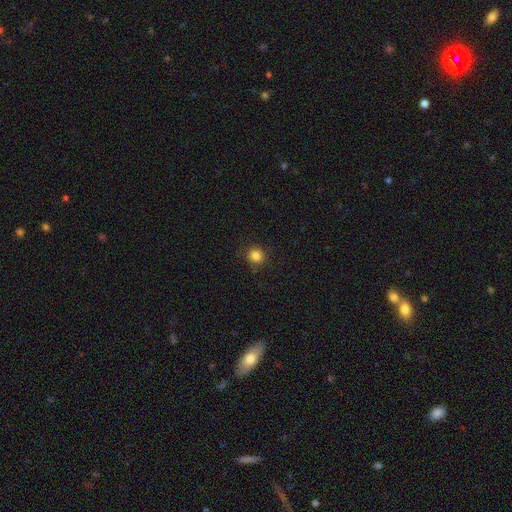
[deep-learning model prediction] This is clearly a smooth galaxy (84%). How rounded: clearly round (94%). Merging: clearly none (89%).